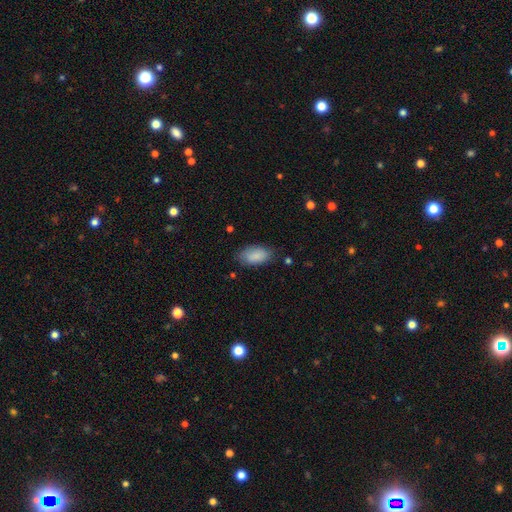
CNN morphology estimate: Overall: smooth (88%). How rounded: in between (93%). Merging: none (77%).